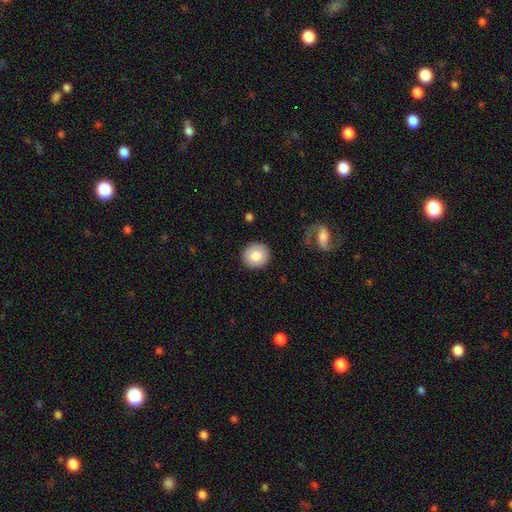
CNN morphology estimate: The model was most divided on "smooth or featured": smooth: 83%, featured or disk: 10%, star or artifact: 7%. More confident: how rounded — round (90%); merging — none (90%).